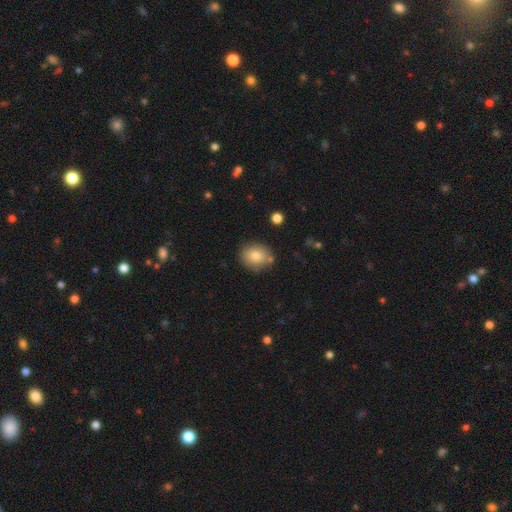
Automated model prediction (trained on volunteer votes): Smooth or featured: smooth — 79% (featured or disk — 11%)
How rounded: round — 64% (in between — 35%)
Merging: none — 79% (minor disturbance — 12%)